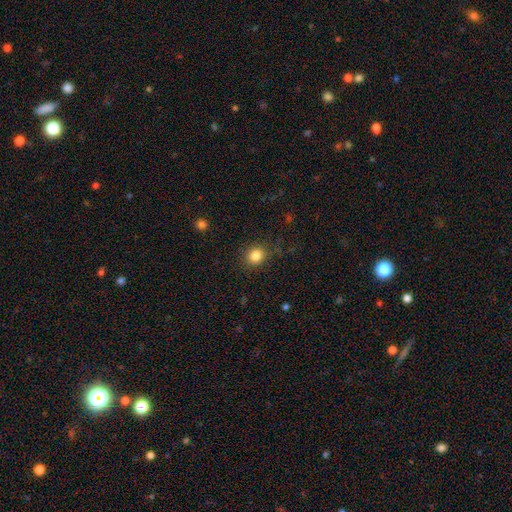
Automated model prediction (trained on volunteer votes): smooth 83%, star or artifact 12%, featured or disk 5%. Down the decision tree: how rounded — round (79%); merging — none (84%).